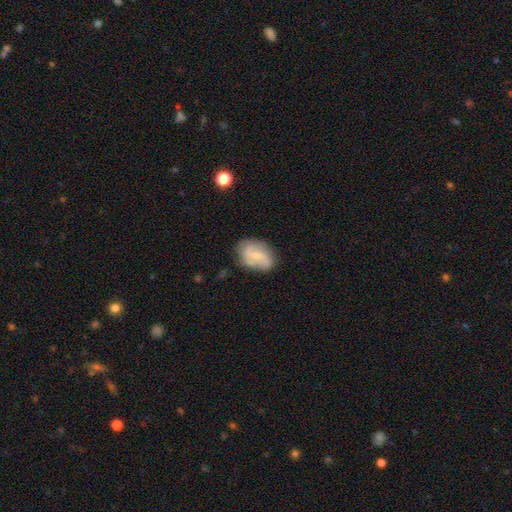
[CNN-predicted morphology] Smooth or featured? featured or disk (57%)
Edge-on disk? no (97%)
Bar? weak (51%)
Spiral arms? yes (78%)
Bulge size? small (59%)
Merging? none (68%)